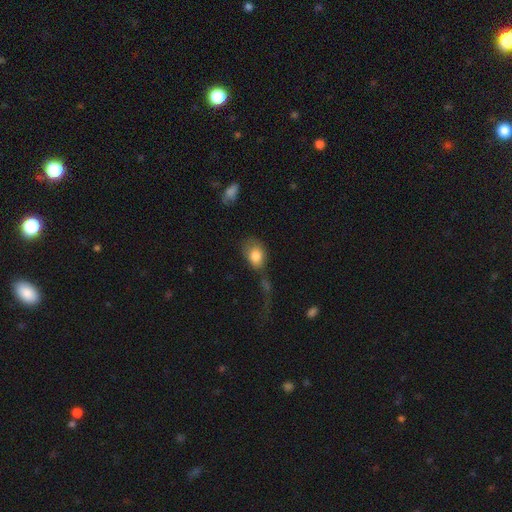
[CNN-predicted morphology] A smooth galaxy with no disk features (81%) that is in between round and cigar-shaped (75%). Merging: none (33%).